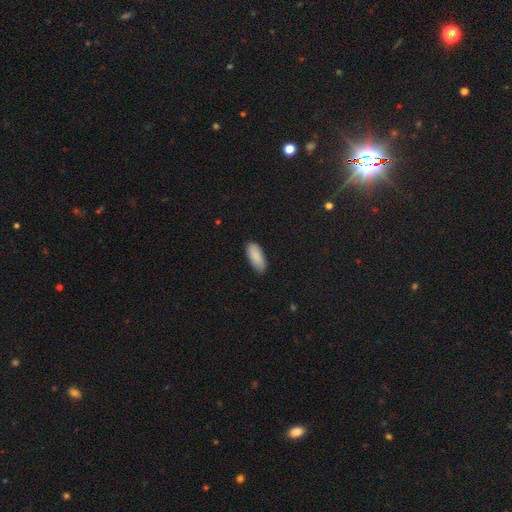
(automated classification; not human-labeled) smooth 89%, star or artifact 6%, featured or disk 5%. Down the decision tree: how rounded — in between (81%); merging — none (85%).